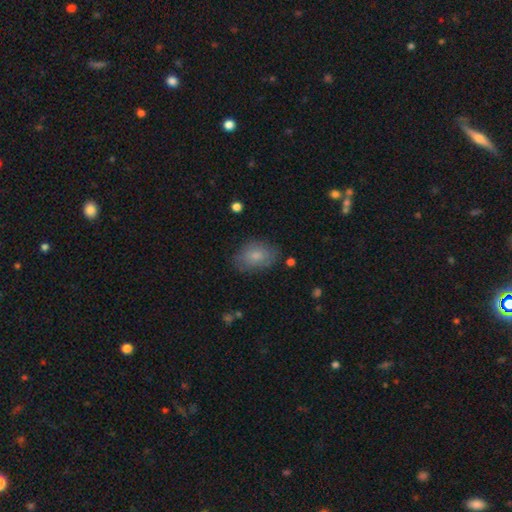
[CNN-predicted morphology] type=smooth (79%); roundness=in between (85%); merging=none (76%).